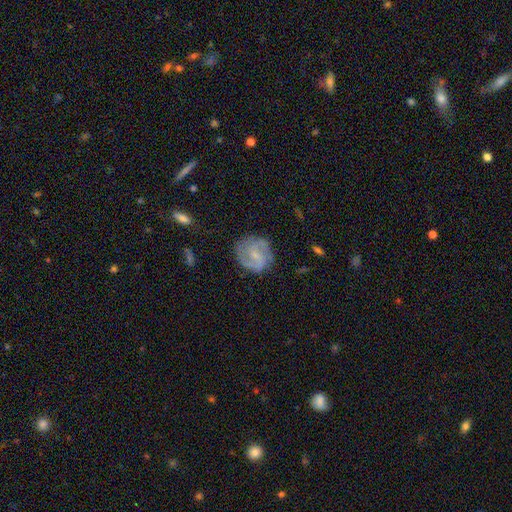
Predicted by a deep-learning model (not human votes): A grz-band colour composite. It shows a featured or disk galaxy (76%) with a weak bar (49%), 2 (65%) medium (49%) spiral arms (94%) and a small central bulge (67%). Merging: none (76%).